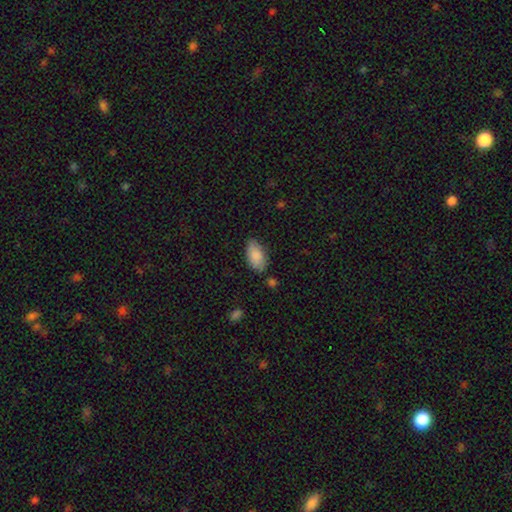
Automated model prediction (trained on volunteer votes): Smooth or featured?
  - smooth: 87% *
  - featured or disk: 7%
  - star or artifact: 6%
How rounded?
  - in between: 94% *
  - cigar-shaped: 3%
  - round: 3%
Merging?
  - none: 73% *
  - minor disturbance: 20%
  - major disturbance: 4%
  - merger: 3%